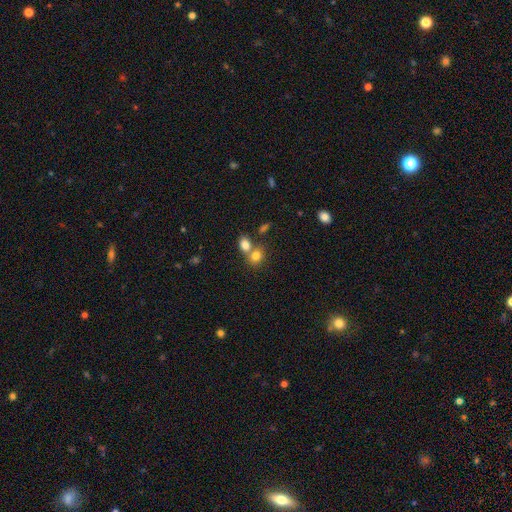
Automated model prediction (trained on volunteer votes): Overall: smooth (79%). How rounded: round (57%; in between 42%). Merging: merger (49%; none 40%).